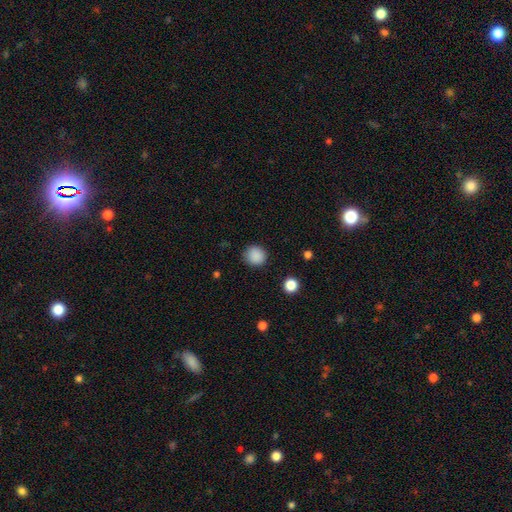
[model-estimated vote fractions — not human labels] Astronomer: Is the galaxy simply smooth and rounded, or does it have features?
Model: smooth — 87%.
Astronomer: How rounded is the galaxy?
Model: round — 92%.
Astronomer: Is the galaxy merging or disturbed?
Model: none — 88%.